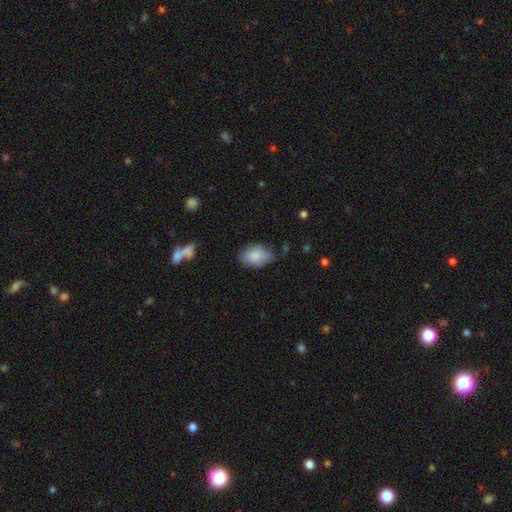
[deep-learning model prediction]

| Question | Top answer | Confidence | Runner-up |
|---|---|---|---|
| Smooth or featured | smooth | 85% | featured or disk (9%) |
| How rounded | in between | 89% | round (10%) |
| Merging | none | 65% | minor disturbance (28%) |